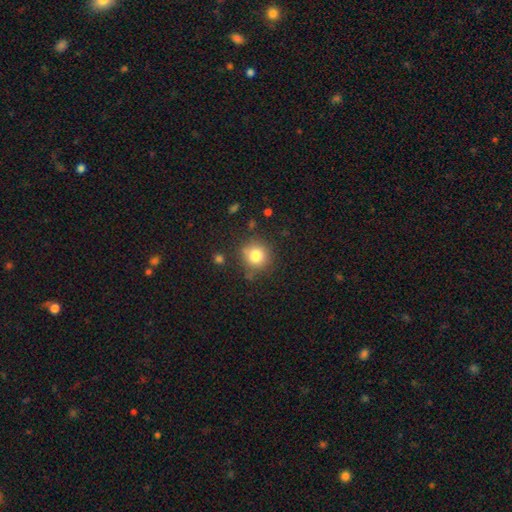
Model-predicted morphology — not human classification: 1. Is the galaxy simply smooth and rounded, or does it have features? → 81% smooth, 12% star or artifact, 8% featured or disk.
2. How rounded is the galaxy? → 90% round, 9% in between, 1% cigar-shaped.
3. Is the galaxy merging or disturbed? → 80% none, 13% minor disturbance, 4% major disturbance, 3% merger.